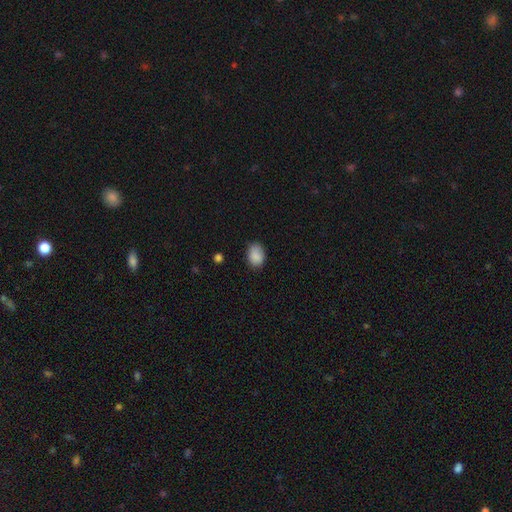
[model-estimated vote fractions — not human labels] A smooth galaxy with no disk features (88%) that is in between round and cigar-shaped (70%).

Vote fractions:
- Smooth or featured? smooth: 88% / star or artifact: 8% / featured or disk: 4%
- How rounded? in between: 70% / round: 29% / cigar-shaped: 1%
- Merging? none: 77% / minor disturbance: 19% / major disturbance: 3% / merger: 1%